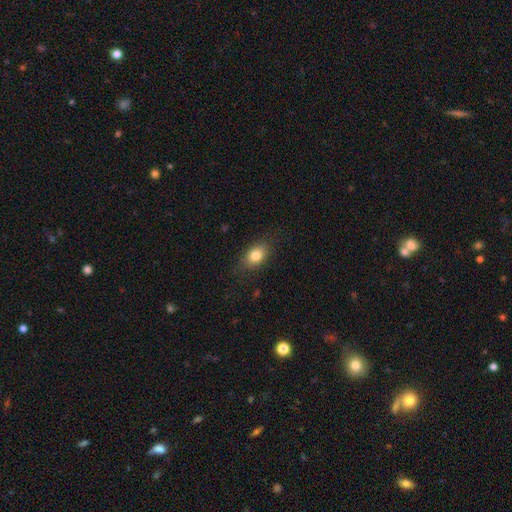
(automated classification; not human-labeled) Smooth or featured? Predicted: smooth (p=0.81). How rounded? Predicted: in between (p=0.81). Merging? Predicted: none (p=0.82).